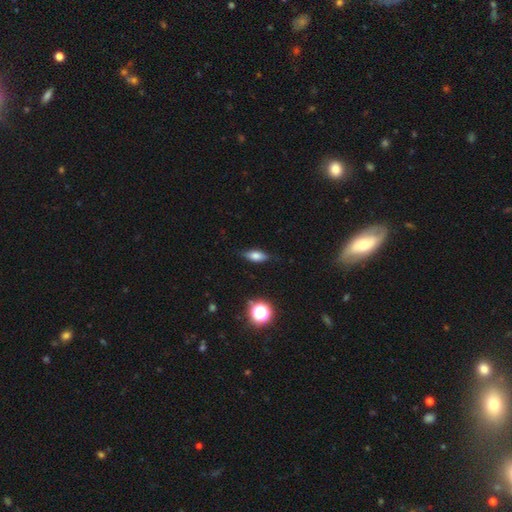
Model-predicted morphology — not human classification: This appears to be a smooth galaxy with no disk features (72%) that is in between round and cigar-shaped (76%). Merging: none (81%).